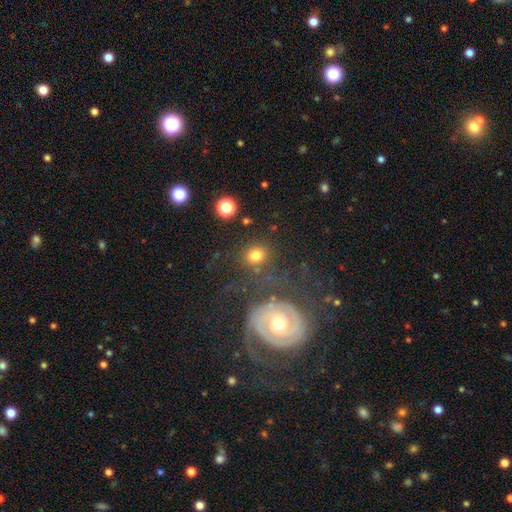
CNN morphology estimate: Smooth or featured? Predicted: smooth (p=0.74). How rounded? Predicted: round (p=0.79). Merging? Predicted: none (p=0.72).